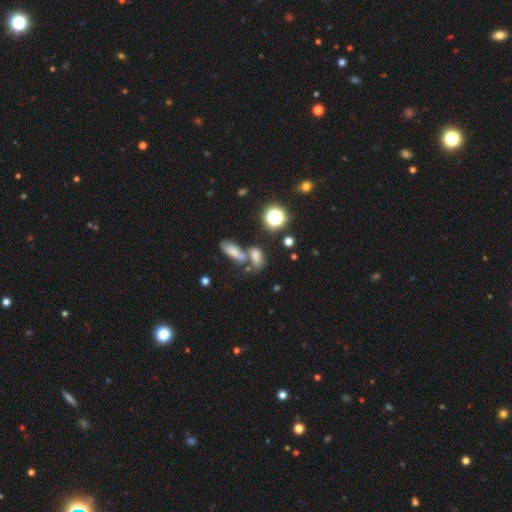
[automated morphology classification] smooth_or_featured: smooth (p=0.70) [alt: star or artifact p=0.18]
how_rounded: in between (p=0.73) [alt: round p=0.14]
merging: none (p=0.43) [alt: merger p=0.40]